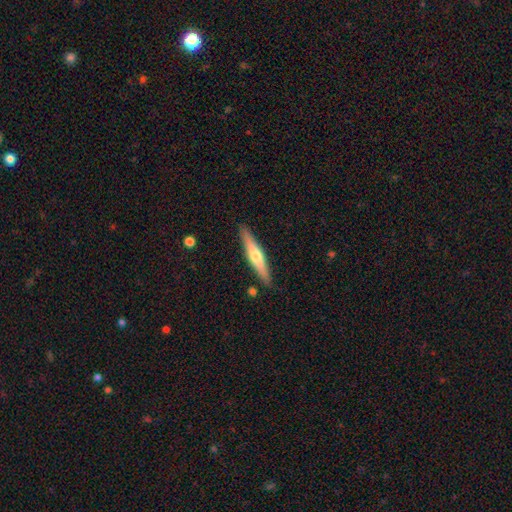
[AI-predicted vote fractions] Smooth or featured? featured or disk (51%)
Edge-on disk? yes (94%)
Merging? none (88%)